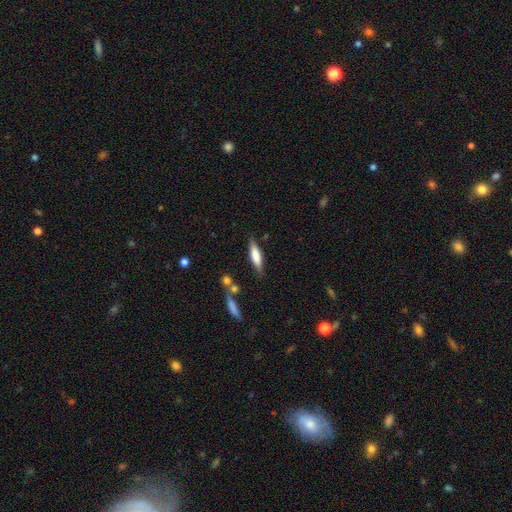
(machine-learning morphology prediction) This is likely a smooth galaxy (67%). How rounded: likely cigar-shaped (65%). Merging: likely none (78%).